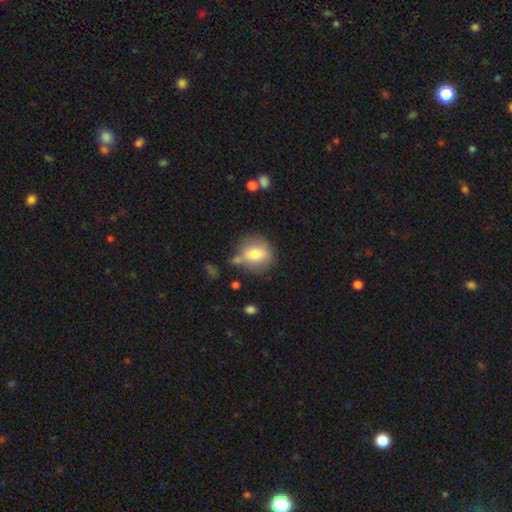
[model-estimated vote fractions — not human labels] smooth 73%, featured or disk 18%, star or artifact 9%. Down the decision tree: how rounded — round (78%); merging — none (64%).